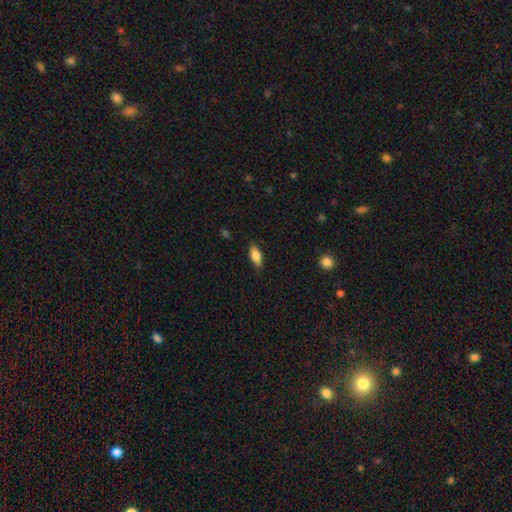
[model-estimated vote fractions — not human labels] The model was most divided on "merging": none: 84%, minor disturbance: 12%, major disturbance: 3%, merger: 1%. More confident: how rounded — in between (84%); smooth or featured — smooth (83%).